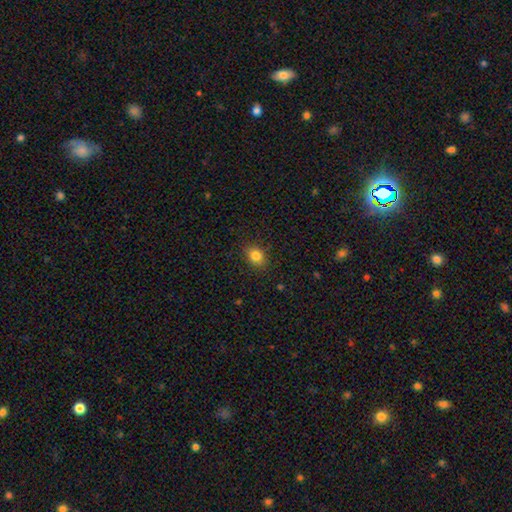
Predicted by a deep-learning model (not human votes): Smooth or featured?
  - smooth: 83% *
  - star or artifact: 11%
  - featured or disk: 6%
How rounded?
  - in between: 56% *
  - round: 43%
  - cigar-shaped: 1%
Merging?
  - none: 87% *
  - minor disturbance: 10%
  - major disturbance: 3%
  - merger: 1%